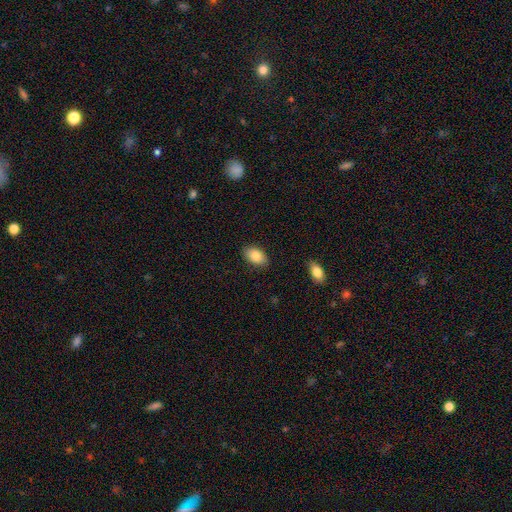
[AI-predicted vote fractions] A smooth galaxy with no disk features (85%) that is in between round and cigar-shaped (91%).

Vote fractions:
- Smooth or featured? smooth: 85% / featured or disk: 8% / star or artifact: 7%
- How rounded? in between: 91% / round: 7% / cigar-shaped: 2%
- Merging? none: 85% / minor disturbance: 12% / major disturbance: 2% / merger: 1%